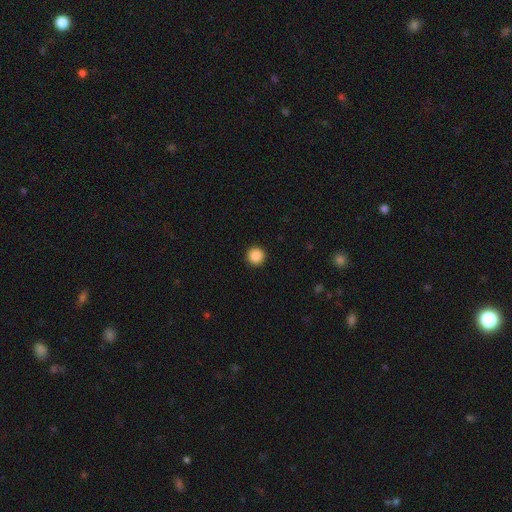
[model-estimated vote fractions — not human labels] smooth 88%, star or artifact 9%, featured or disk 2%. Down the decision tree: how rounded — round (96%); merging — none (93%).